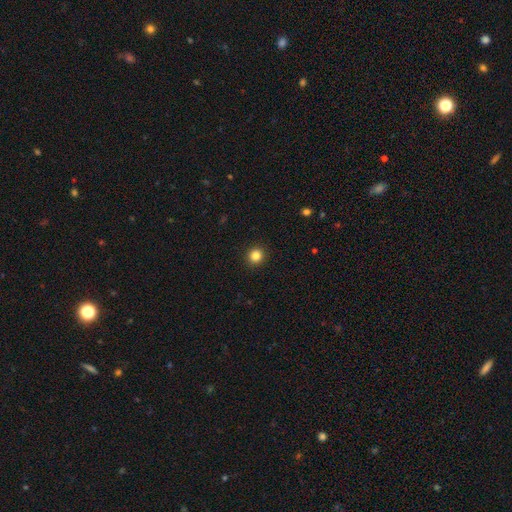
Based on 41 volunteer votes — Volunteers were most divided on "smooth or featured": smooth: 90%, featured or disk: 5%, star or artifact: 5%. More confident: merging — none (100%); how rounded — round (97%).